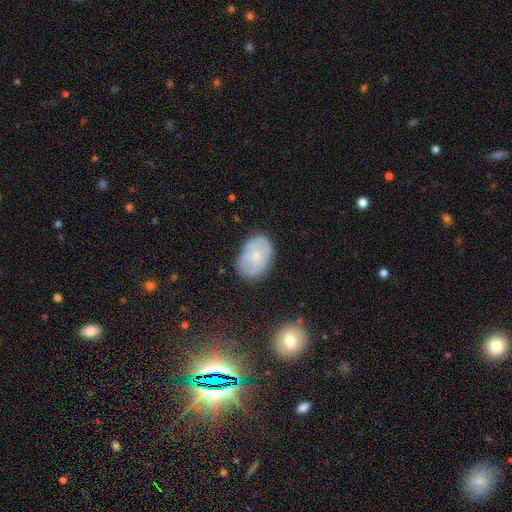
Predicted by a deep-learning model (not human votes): This appears to be a smooth galaxy with no disk features (62%) that is in between round and cigar-shaped (82%). Merging: none (72%).